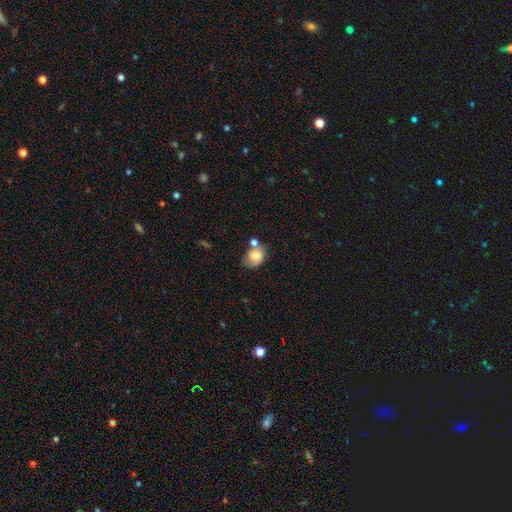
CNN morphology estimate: smooth 73%, featured or disk 18%, star or artifact 9%. Down the decision tree: how rounded — in between (55%); merging — none (43%).